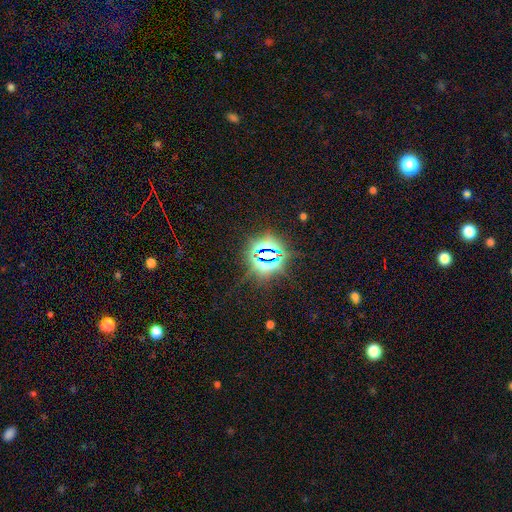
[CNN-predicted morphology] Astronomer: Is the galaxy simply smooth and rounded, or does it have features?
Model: star or artifact — 81%.